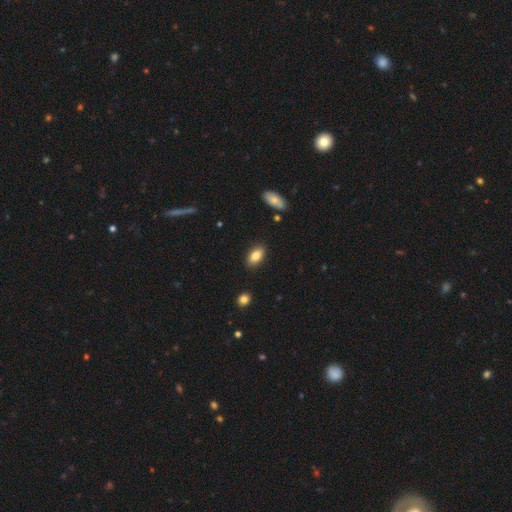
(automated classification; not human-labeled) Q: Smooth or featured?
A: smooth (85%); runner-up: featured or disk (8%)
Q: How rounded?
A: in between (91%); runner-up: cigar-shaped (5%)
Q: Merging?
A: none (87%); runner-up: minor disturbance (9%)